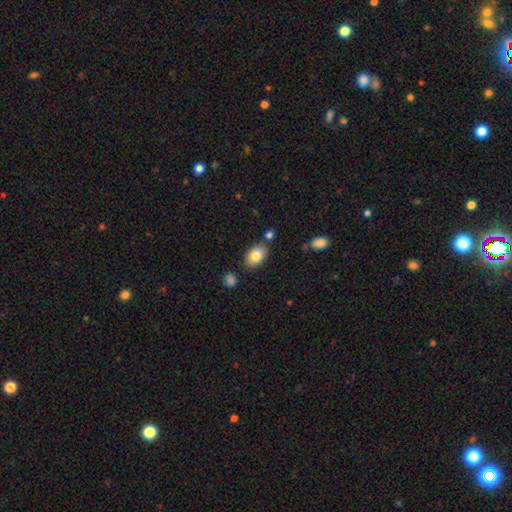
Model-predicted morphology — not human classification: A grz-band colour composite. It shows a smooth galaxy with no disk features (83%) that is in between round and cigar-shaped (88%). Merging: none (79%).